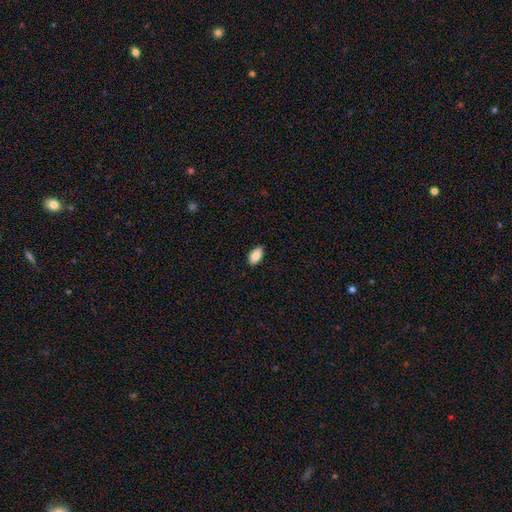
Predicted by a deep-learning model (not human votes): Overall: smooth (87%). How rounded: in between (93%). Merging: none (88%).